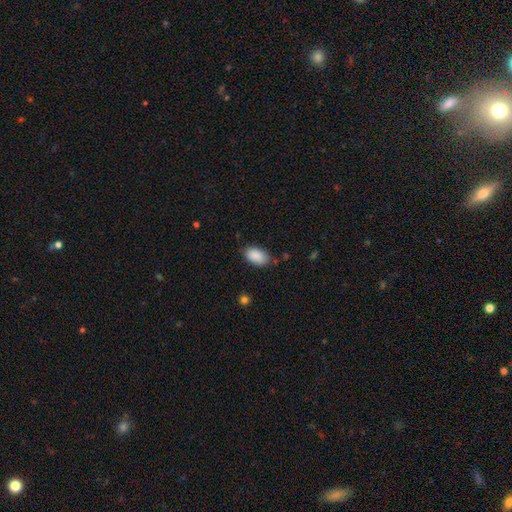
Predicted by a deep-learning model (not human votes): Q: Smooth or featured?
A: smooth (90%); runner-up: star or artifact (7%)
Q: How rounded?
A: in between (93%); runner-up: round (5%)
Q: Merging?
A: none (77%); runner-up: minor disturbance (18%)